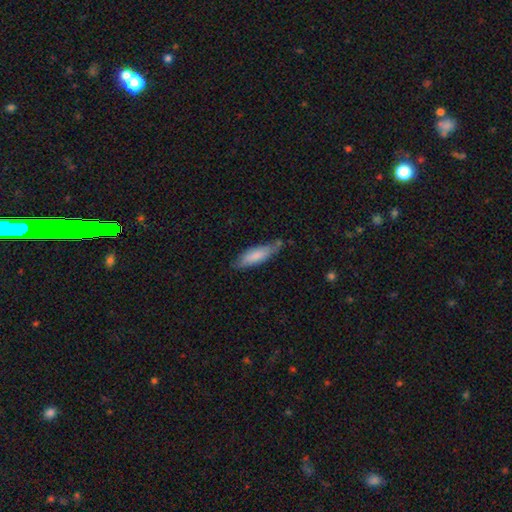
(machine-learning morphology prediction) A smooth galaxy with no disk features (79%) that is cigar-shaped (54%).

Vote fractions:
- Smooth or featured? smooth: 79% / featured or disk: 15% / star or artifact: 6%
- How rounded? cigar-shaped: 54% / in between: 45% / round: 1%
- Merging? none: 67% / minor disturbance: 24% / major disturbance: 5% / merger: 4%